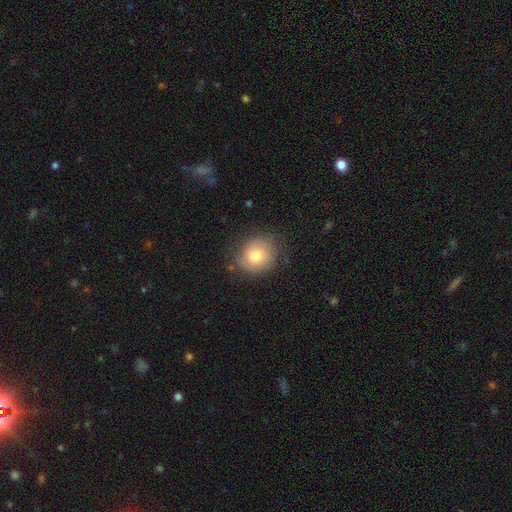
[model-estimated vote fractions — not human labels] Q: Smooth or featured?
A: smooth (76%); runner-up: featured or disk (14%)
Q: How rounded?
A: round (76%); runner-up: in between (23%)
Q: Merging?
A: none (77%); runner-up: minor disturbance (17%)